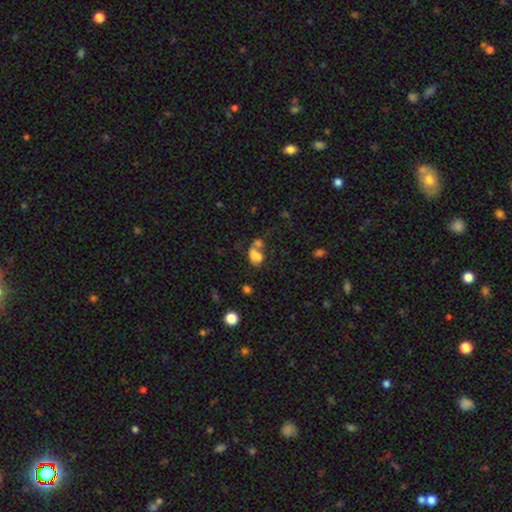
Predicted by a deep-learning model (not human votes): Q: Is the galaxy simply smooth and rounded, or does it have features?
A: smooth — 73%.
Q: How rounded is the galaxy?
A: in between — 77%.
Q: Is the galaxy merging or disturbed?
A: merger — 46%.